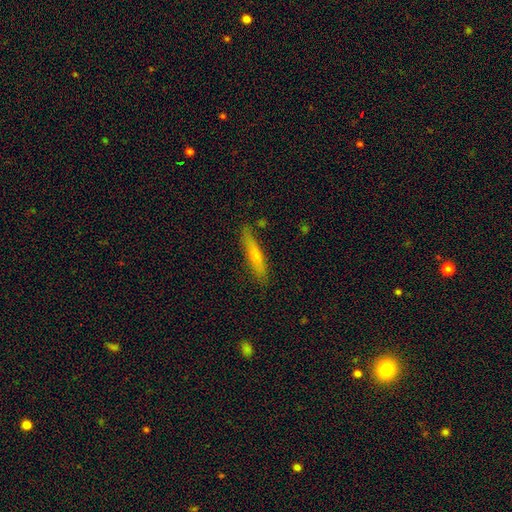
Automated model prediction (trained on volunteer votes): Morphology: type=smooth (53%); roundness=cigar-shaped (90%); merging=none (81%).